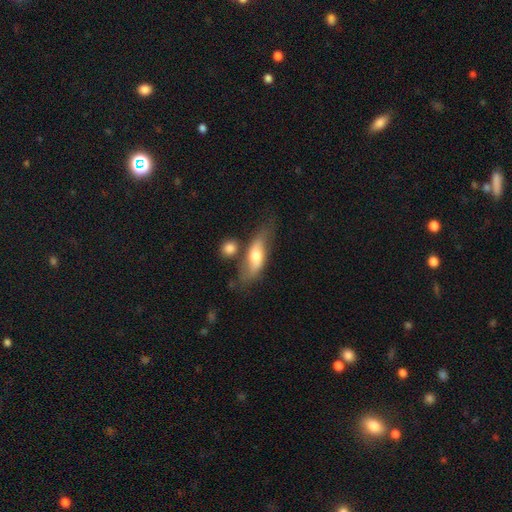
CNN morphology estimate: Overall: smooth (51%; featured or disk 43%). How rounded: in between (65%; cigar-shaped 31%). Merging: none (56%; minor disturbance 21%).